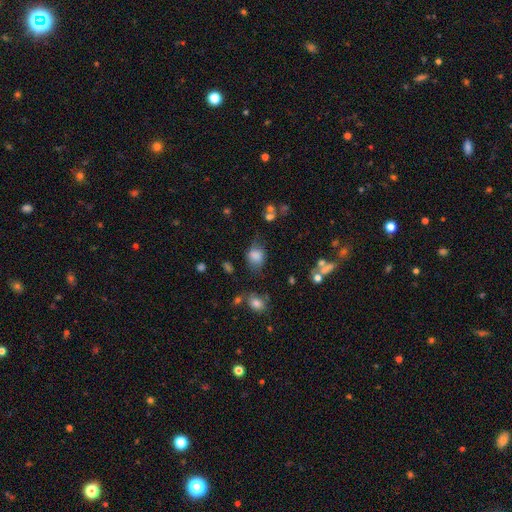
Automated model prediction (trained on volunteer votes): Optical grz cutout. It shows a smooth galaxy with no disk features (79%) that is in between round and cigar-shaped (59%). Merging: none (57%).